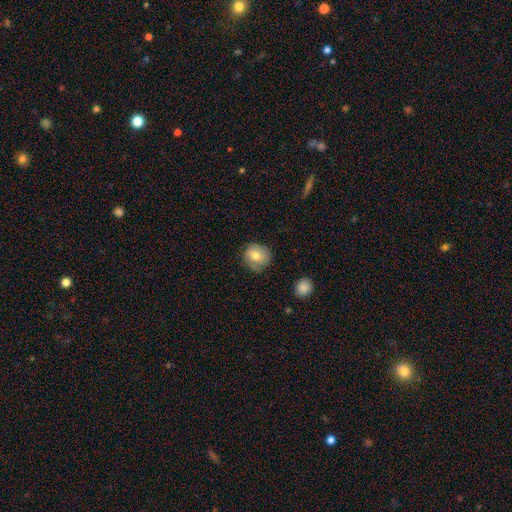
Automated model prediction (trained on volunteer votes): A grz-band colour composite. It shows a smooth galaxy with no disk features (72%) that is round (78%). Merging: none (71%).